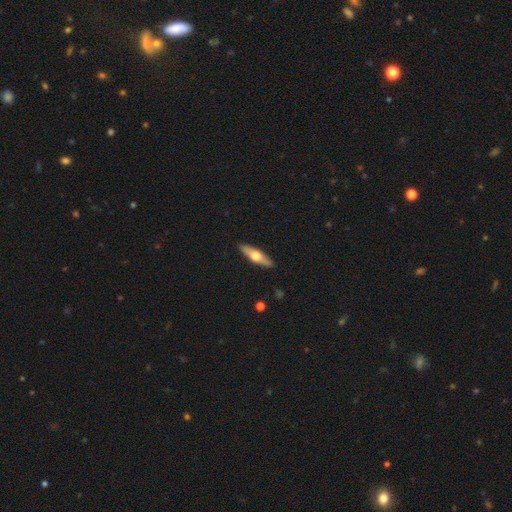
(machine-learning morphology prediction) This is possibly a featured or disk galaxy (50%). Merging: clearly none (90%).